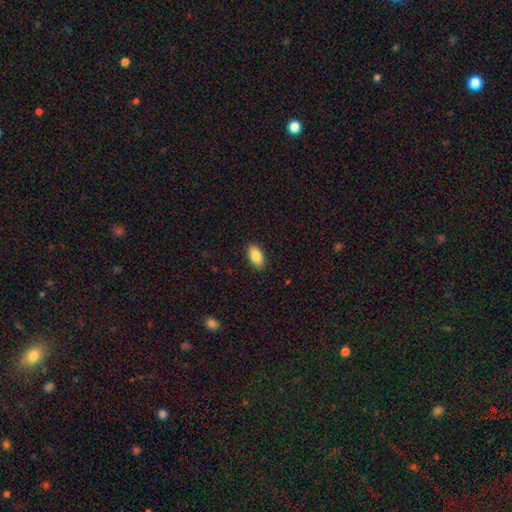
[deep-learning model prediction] A smooth galaxy with no disk features (88%) that is in between round and cigar-shaped (93%).

Vote fractions:
- Smooth or featured? smooth: 88% / star or artifact: 7% / featured or disk: 5%
- How rounded? in between: 93% / cigar-shaped: 4% / round: 3%
- Merging? none: 89% / minor disturbance: 8% / major disturbance: 2% / merger: 1%